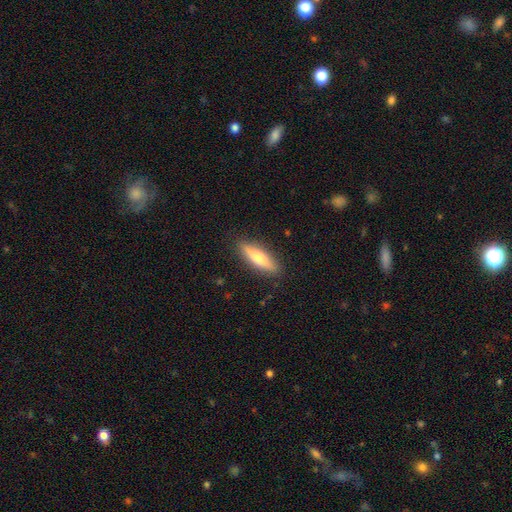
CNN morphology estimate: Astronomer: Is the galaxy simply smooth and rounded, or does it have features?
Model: smooth — 62%.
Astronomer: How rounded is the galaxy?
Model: cigar-shaped — 68%.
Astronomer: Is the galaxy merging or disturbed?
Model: none — 88%.